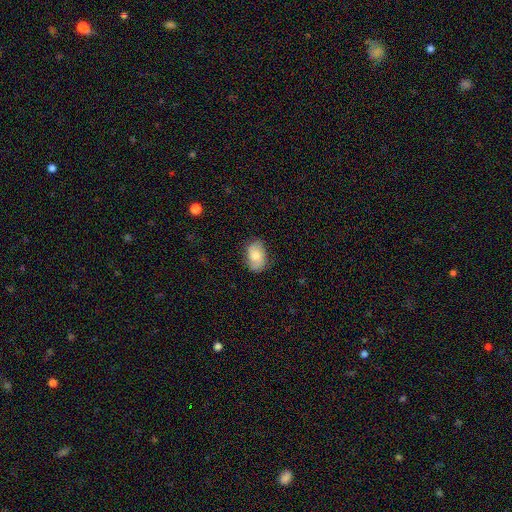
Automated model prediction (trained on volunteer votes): Q: Smooth or featured?
A: smooth (57%); runner-up: featured or disk (35%)
Q: How rounded?
A: in between (86%); runner-up: round (12%)
Q: Merging?
A: none (75%); runner-up: minor disturbance (19%)